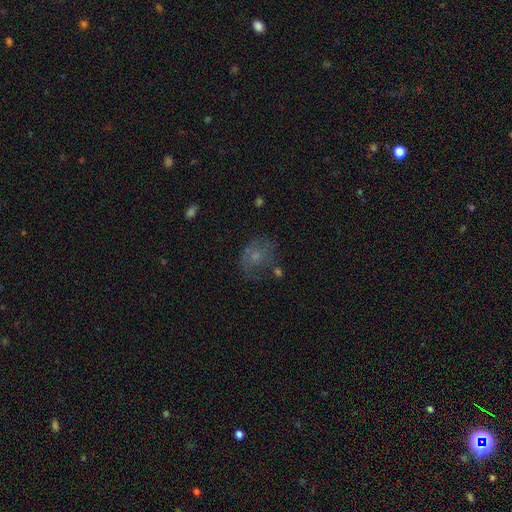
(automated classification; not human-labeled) smooth_or_featured: smooth (p=0.48) [alt: featured or disk p=0.37]
merging: none (p=0.49) [alt: minor disturbance p=0.24]